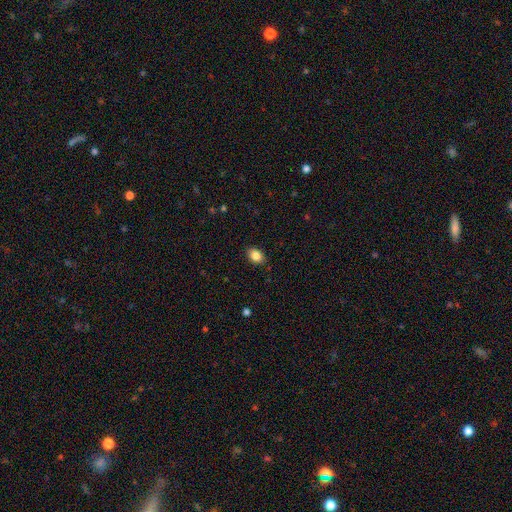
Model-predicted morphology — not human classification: The model was most divided on "how rounded": in between: 72%, round: 27%, cigar-shaped: 1%. More confident: merging — none (88%); smooth or featured — smooth (85%).